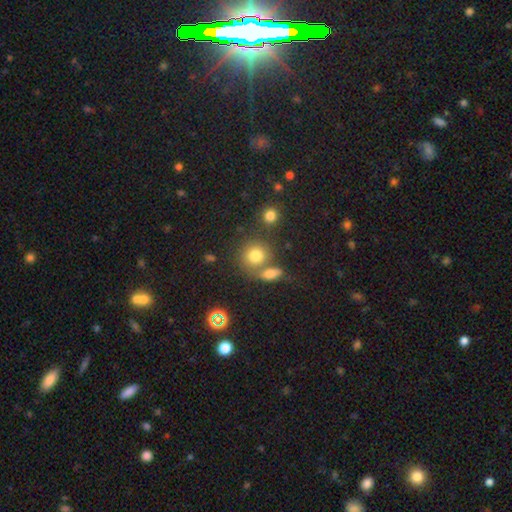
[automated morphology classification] The model was most divided on "merging": none: 54%, merger: 30%, minor disturbance: 10%, major disturbance: 5%. More confident: how rounded — round (83%); smooth or featured — smooth (74%).